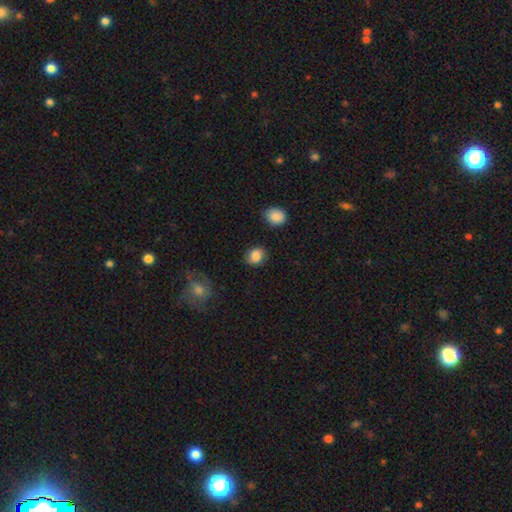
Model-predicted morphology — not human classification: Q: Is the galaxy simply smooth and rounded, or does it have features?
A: smooth — 84%.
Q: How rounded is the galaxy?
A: round — 64%.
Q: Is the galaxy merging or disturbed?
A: none — 82%.